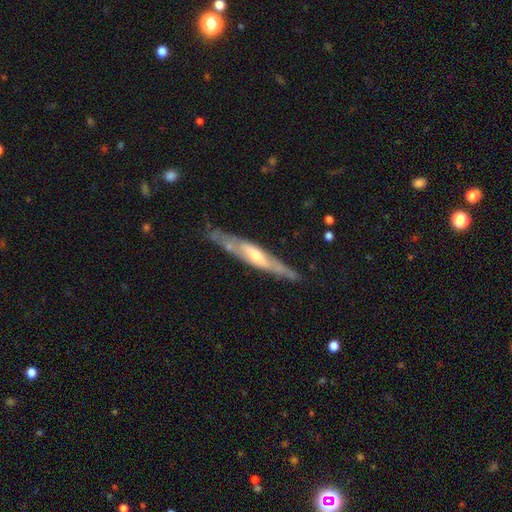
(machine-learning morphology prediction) A featured or disk galaxy (74%) viewed edge-on (75%) with a rounded central bulge (60%).

Vote fractions:
- Smooth or featured? featured or disk: 74% / smooth: 21% / star or artifact: 5%
- Edge-on disk? yes: 75% / no: 25%
- Edge-on bulge? rounded: 60% / none: 26% / boxy: 14%
- Merging? none: 75% / minor disturbance: 18% / major disturbance: 5% / merger: 2%